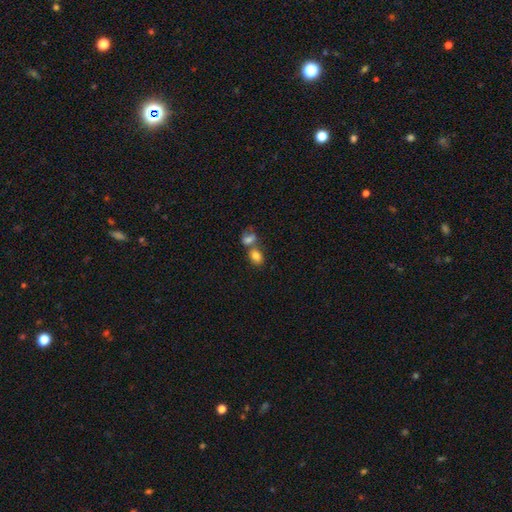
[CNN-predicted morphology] Smooth or featured: smooth — 80% (star or artifact — 10%)
How rounded: in between — 68% (round — 31%)
Merging: merger — 50% (none — 37%)